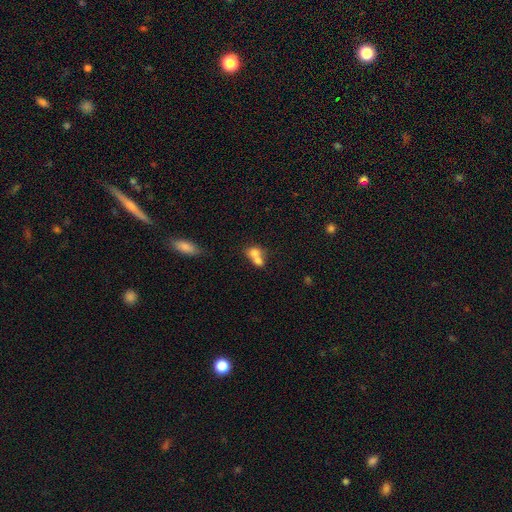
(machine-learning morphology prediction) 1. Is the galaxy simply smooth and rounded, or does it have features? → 72% smooth, 19% featured or disk, 9% star or artifact.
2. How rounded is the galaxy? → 55% in between, 43% round, 2% cigar-shaped.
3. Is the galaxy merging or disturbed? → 71% merger, 19% none, 6% minor disturbance, 4% major disturbance.